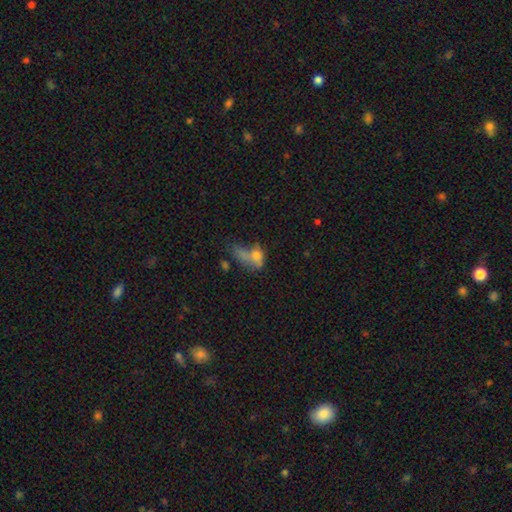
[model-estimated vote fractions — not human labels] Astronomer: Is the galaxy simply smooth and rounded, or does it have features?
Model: smooth — 62%.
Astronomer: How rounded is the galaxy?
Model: in between — 70%.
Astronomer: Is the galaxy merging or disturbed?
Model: major disturbance — 36% (runner-up: merger, 30%).